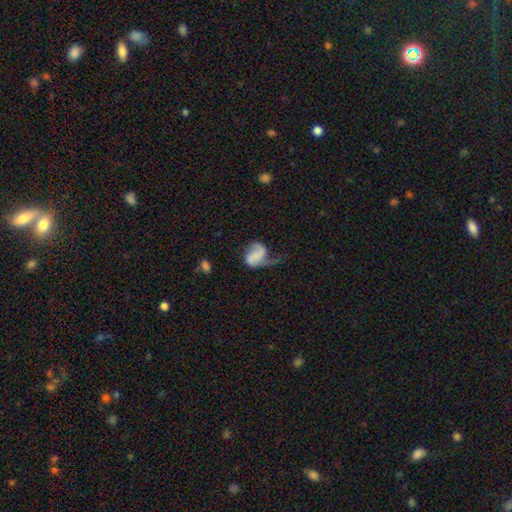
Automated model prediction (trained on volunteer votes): featured or disk 62%, smooth 29%, star or artifact 8%. Down the decision tree: edge-on disk — no (98%); bar — no (49%); spiral arms — yes (88%); spiral arm count — 2 (63%); spiral winding — loose (61%); bulge size — none (68%); merging — major disturbance (38%).